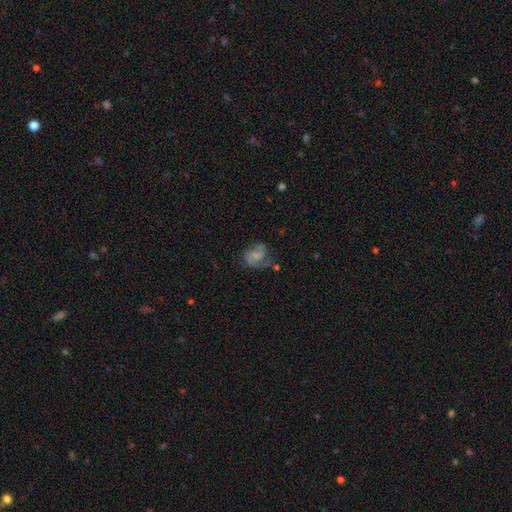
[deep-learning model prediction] featured or disk 71%, smooth 21%, star or artifact 8%. Down the decision tree: edge-on disk — no (98%); bar — no (49%); spiral arms — yes (92%); spiral arm count — 2 (81%); spiral winding — medium (50%); bulge size — small (40%); merging — none (56%).